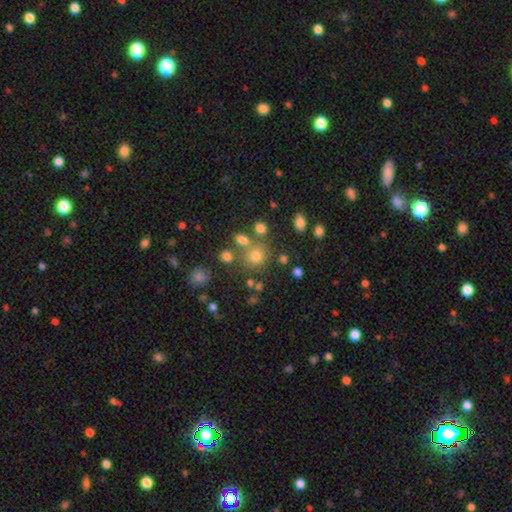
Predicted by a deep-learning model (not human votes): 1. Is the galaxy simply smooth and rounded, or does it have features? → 69% smooth, 20% star or artifact, 11% featured or disk.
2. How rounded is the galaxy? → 84% round, 15% in between, 1% cigar-shaped.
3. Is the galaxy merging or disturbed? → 68% none, 17% merger, 11% minor disturbance, 5% major disturbance.